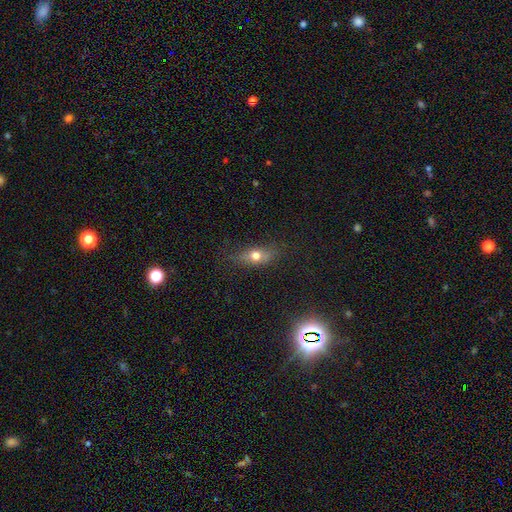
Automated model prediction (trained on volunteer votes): Overall: smooth (62%; featured or disk 25%). How rounded: in between (62%; cigar-shaped 23%). Merging: none (76%).